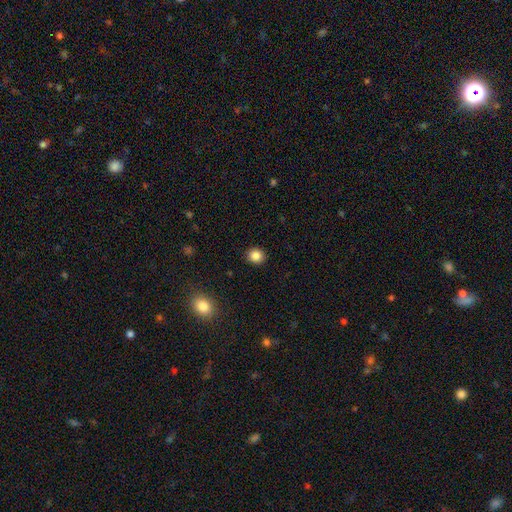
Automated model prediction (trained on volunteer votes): This is clearly a smooth galaxy (85%). How rounded: clearly round (82%). Merging: clearly none (91%).